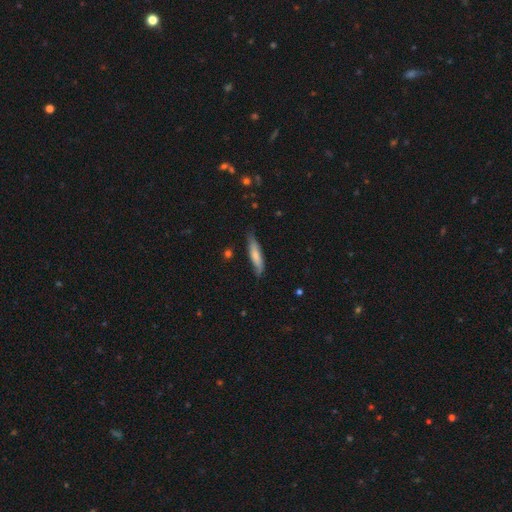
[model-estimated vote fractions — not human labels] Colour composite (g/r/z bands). It shows a smooth galaxy with no disk features (72%) that is cigar-shaped (81%). Merging: none (74%).